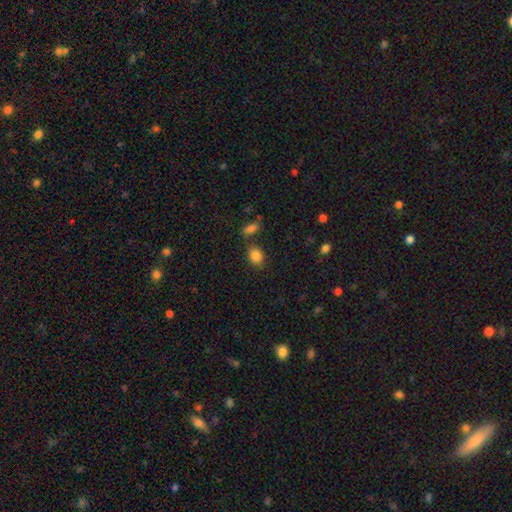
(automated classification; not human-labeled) Smooth or featured? smooth (85%)
How rounded? in between (69%)
Merging? none (73%)